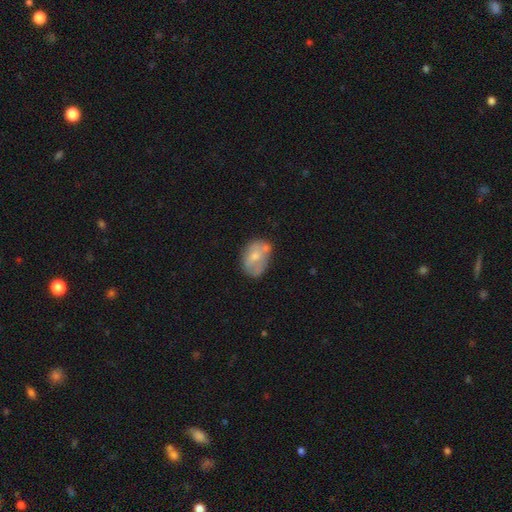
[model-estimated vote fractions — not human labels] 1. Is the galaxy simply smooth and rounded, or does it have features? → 58% smooth, 35% featured or disk, 7% star or artifact.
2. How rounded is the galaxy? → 75% in between, 23% round, 1% cigar-shaped.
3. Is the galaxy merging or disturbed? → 46% none, 30% minor disturbance, 13% merger, 11% major disturbance.